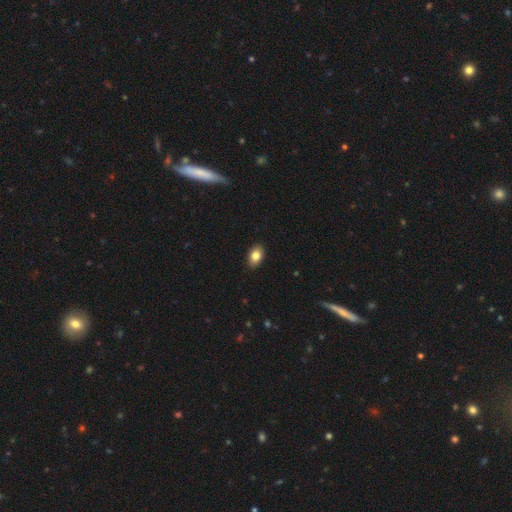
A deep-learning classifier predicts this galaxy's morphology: This appears to be a smooth galaxy with no disk features (83%) that is in between round and cigar-shaped (86%). Merging: none (89%).